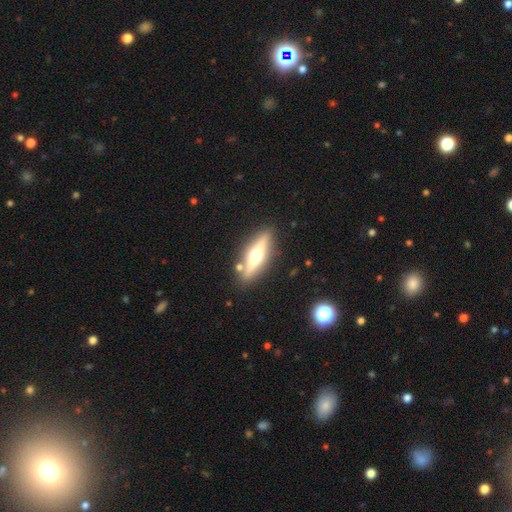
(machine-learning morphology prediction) type=featured or disk (66%); edge-on=yes (93%); edge-on bulge=rounded (95%); merging=none (86%).